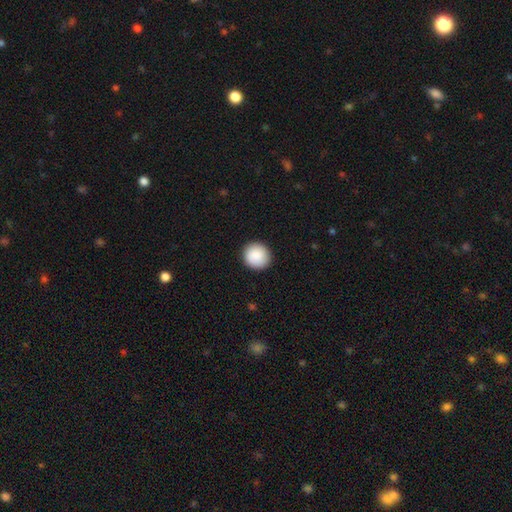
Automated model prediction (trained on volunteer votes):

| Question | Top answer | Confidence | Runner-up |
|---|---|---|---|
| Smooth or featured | smooth | 88% | star or artifact (7%) |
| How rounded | round | 93% | in between (6%) |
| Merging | none | 92% | minor disturbance (6%) |